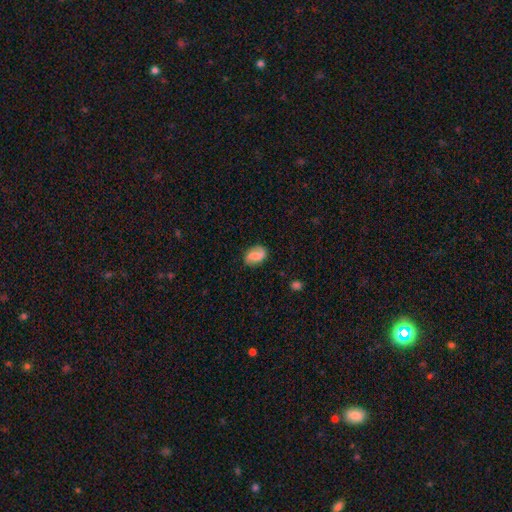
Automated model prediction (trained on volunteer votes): Overall: featured or disk (60%; smooth 32%). Edge-on disk: no (97%). Bar: weak (46%; no 32%). Spiral arms: yes (91%). Spiral arm count: 2 (88%). Spiral winding: loose (55%; medium 32%). Bulge size: moderate (35%; small 33%). Merging: none (80%).